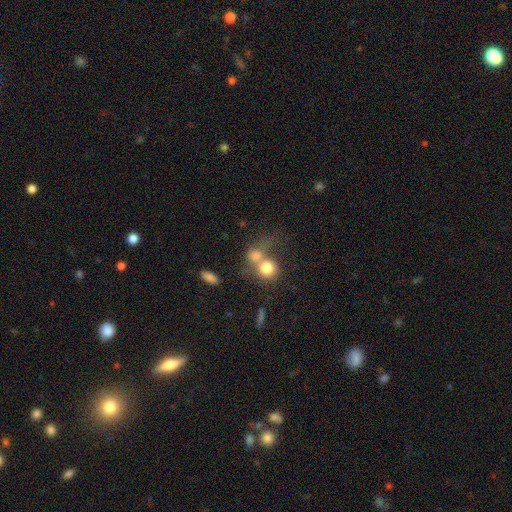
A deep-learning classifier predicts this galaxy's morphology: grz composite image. It shows a smooth galaxy with no disk features (76%) that is round (73%). Merging: merger (61%).